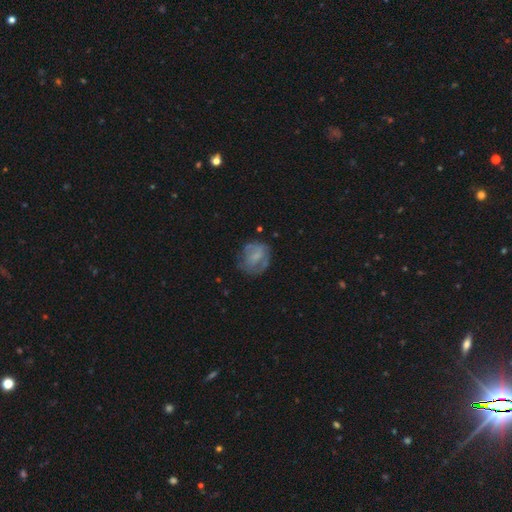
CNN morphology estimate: Q: Smooth or featured?
A: featured or disk (49%); runner-up: smooth (42%)
Q: Merging?
A: none (57%); runner-up: minor disturbance (24%)